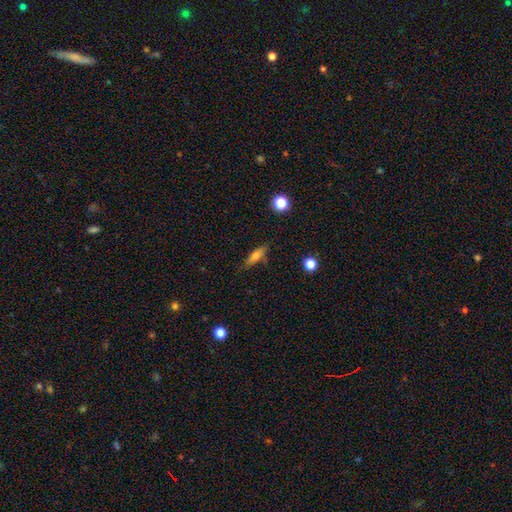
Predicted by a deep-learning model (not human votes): This appears to be a smooth galaxy with no disk features (68%) that is cigar-shaped (54%). Merging: none (77%).